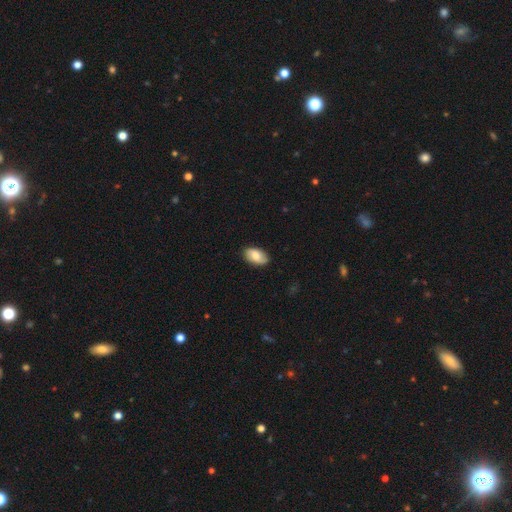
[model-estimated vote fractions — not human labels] smooth 75%, featured or disk 18%, star or artifact 7%. Down the decision tree: how rounded — in between (94%); merging — none (86%).